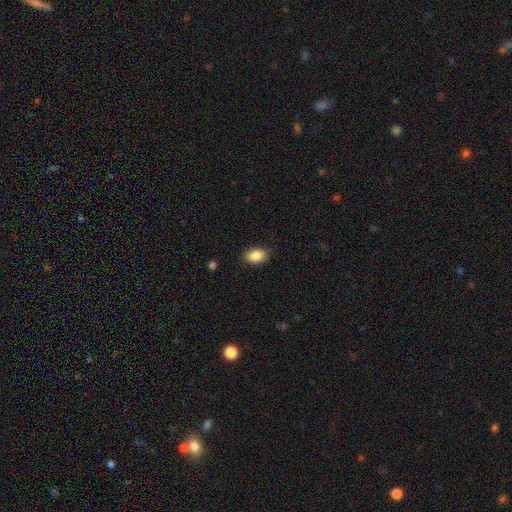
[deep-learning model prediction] A smooth galaxy with no disk features (88%) that is in between round and cigar-shaped (90%).

Vote fractions:
- Smooth or featured? smooth: 88% / star or artifact: 7% / featured or disk: 5%
- How rounded? in between: 90% / round: 8% / cigar-shaped: 2%
- Merging? none: 87% / minor disturbance: 10% / major disturbance: 2% / merger: 1%